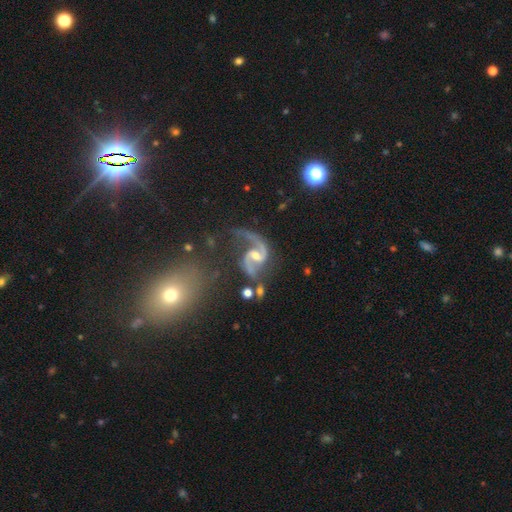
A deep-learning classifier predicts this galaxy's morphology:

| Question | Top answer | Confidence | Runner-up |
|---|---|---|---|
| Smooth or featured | featured or disk | 92% | star or artifact (5%) |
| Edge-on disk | no | 98% | yes (2%) |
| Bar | weak | 51% | no (29%) |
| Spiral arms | yes | 98% | no (2%) |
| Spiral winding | loose | 48% | medium (44%) |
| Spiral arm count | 2 | 91% | 1 (4%) |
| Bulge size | moderate | 49% | small (42%) |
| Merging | none | 56% | minor disturbance (20%) |